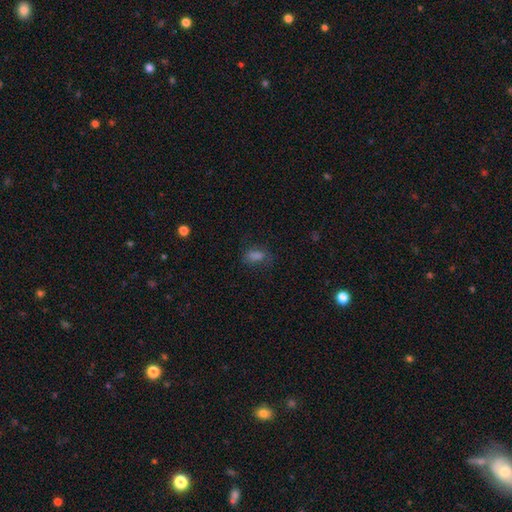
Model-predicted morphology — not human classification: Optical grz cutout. It shows a smooth galaxy with no disk features (70%) that is in between round and cigar-shaped (81%). Merging: none (70%).